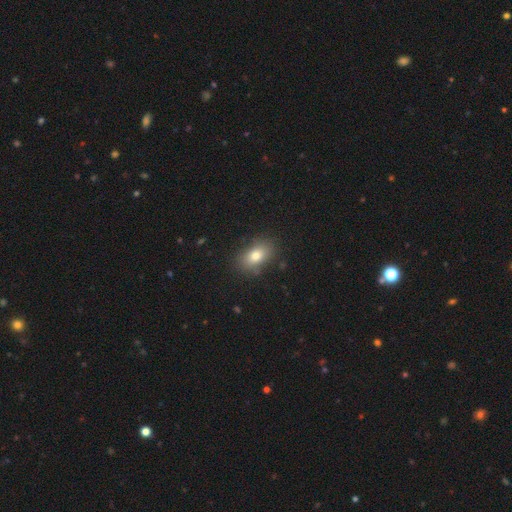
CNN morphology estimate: Smooth or featured? Predicted: smooth (p=0.78). How rounded? Predicted: in between (p=0.84). Merging? Predicted: none (p=0.85).